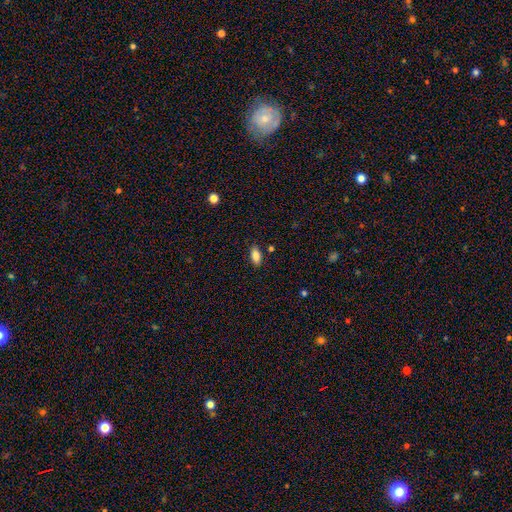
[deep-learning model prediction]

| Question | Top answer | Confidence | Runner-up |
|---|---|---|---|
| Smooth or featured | smooth | 86% | star or artifact (8%) |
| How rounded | in between | 89% | cigar-shaped (7%) |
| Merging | none | 85% | minor disturbance (11%) |